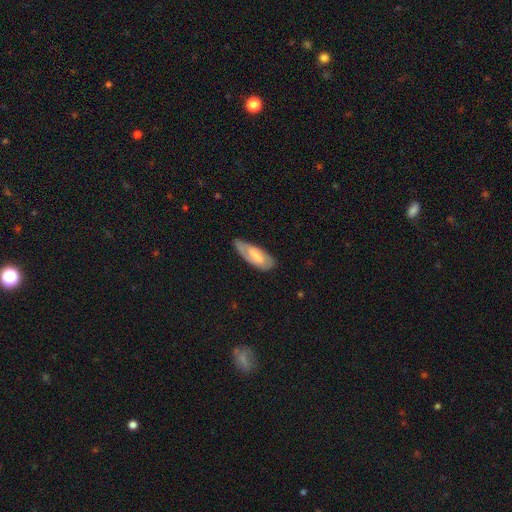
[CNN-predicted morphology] Smooth or featured?
  - smooth: 54% *
  - featured or disk: 40%
  - star or artifact: 6%
How rounded?
  - in between: 75% *
  - cigar-shaped: 23%
  - round: 2%
Merging?
  - none: 53% *
  - minor disturbance: 35%
  - major disturbance: 10%
  - merger: 2%